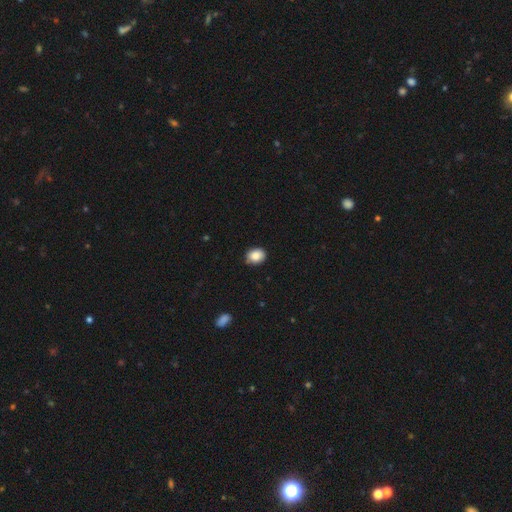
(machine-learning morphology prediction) The model was most divided on "how rounded": in between: 52%, round: 47%, cigar-shaped: 1%. More confident: smooth or featured — smooth (86%); merging — none (82%).